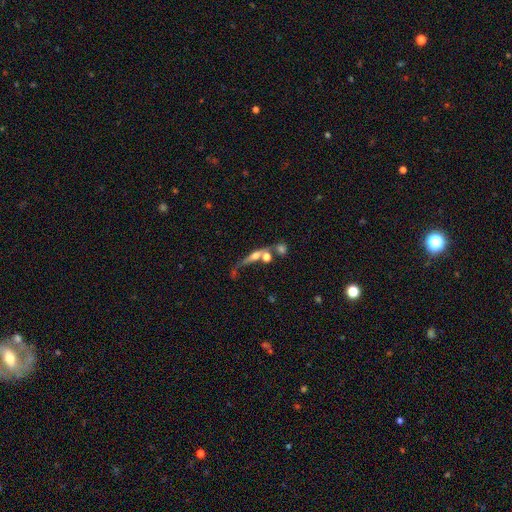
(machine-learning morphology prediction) Q: Smooth or featured?
A: featured or disk (55%); runner-up: smooth (33%)
Q: Edge-on disk?
A: yes (80%); runner-up: no (20%)
Q: Merging?
A: none (46%); runner-up: merger (29%)